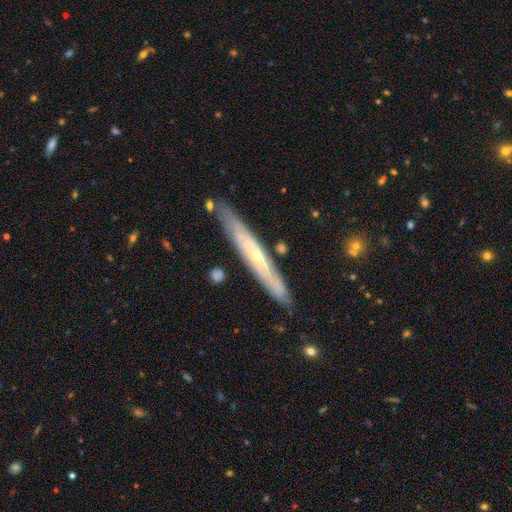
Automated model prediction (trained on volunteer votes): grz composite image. It shows a featured or disk galaxy (66%) viewed edge-on (80%) with no central bulge (50%). Merging: none (84%).